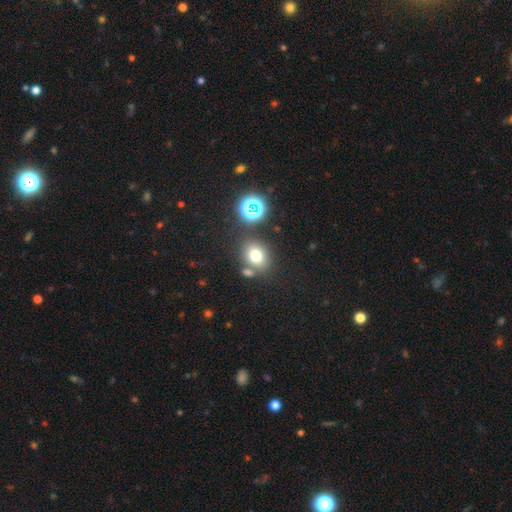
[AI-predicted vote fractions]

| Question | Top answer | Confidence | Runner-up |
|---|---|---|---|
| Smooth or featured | smooth | 72% | star or artifact (17%) |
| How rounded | round | 52% | in between (47%) |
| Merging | none | 70% | merger (14%) |